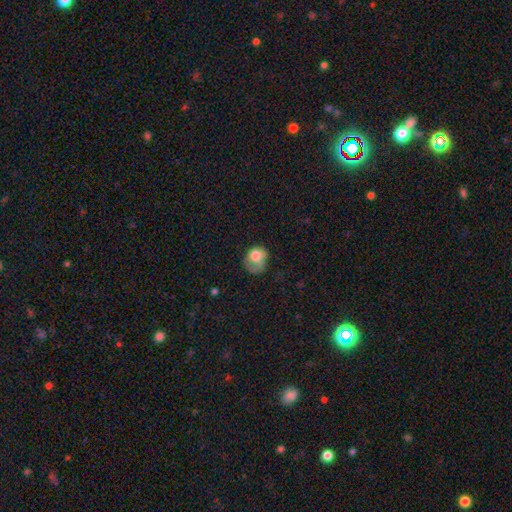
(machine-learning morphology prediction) Smooth or featured? Predicted: smooth (p=0.72). How rounded? Predicted: round (p=0.51). Merging? Predicted: major disturbance (p=0.38).